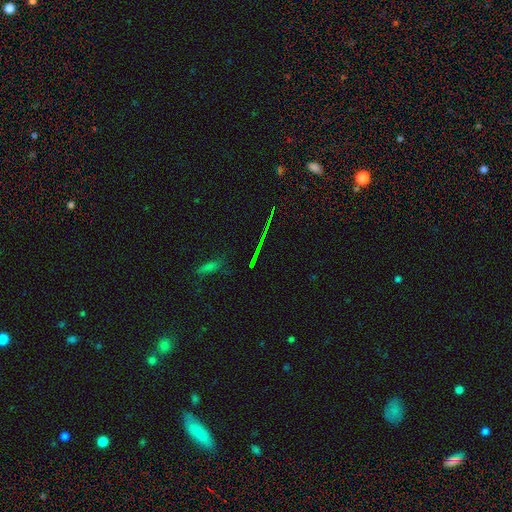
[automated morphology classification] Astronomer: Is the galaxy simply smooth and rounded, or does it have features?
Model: star or artifact — 70%.